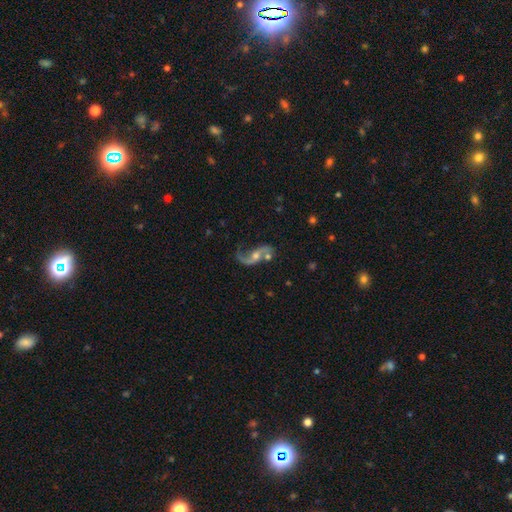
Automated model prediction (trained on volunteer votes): Smooth or featured: featured or disk — 84% (smooth — 9%)
Edge-on disk: no — 95% (yes — 5%)
Bar: no — 56% (weak — 30%)
Spiral arms: yes — 93% (no — 7%)
Spiral winding: loose — 83% (medium — 13%)
Spiral arm count: 2 — 84% (1 — 11%)
Bulge size: moderate — 56% (small — 35%)
Merging: none — 53% (minor disturbance — 17%)